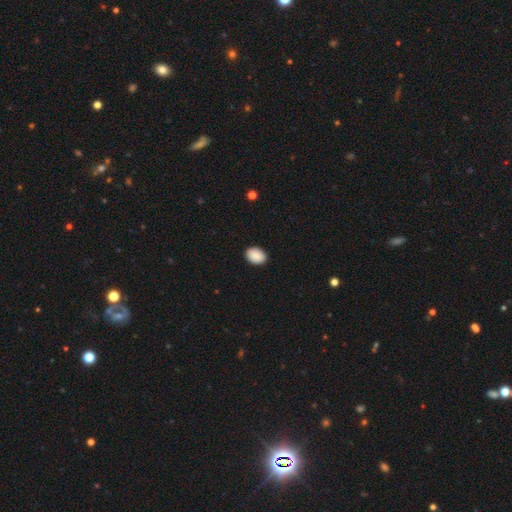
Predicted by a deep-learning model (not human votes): smooth-or-featured: smooth: 91% | star or artifact: 7% | featured or disk: 3%
  how-rounded: in between: 75% | round: 24% | cigar-shaped: 1%
  merging: none: 90% | minor disturbance: 7% | major disturbance: 2% | merger: 1%